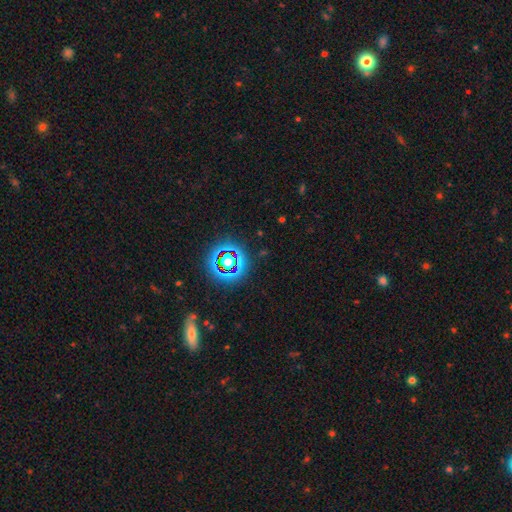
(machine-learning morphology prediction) Smooth or featured: star or artifact — 77% (smooth — 13%)